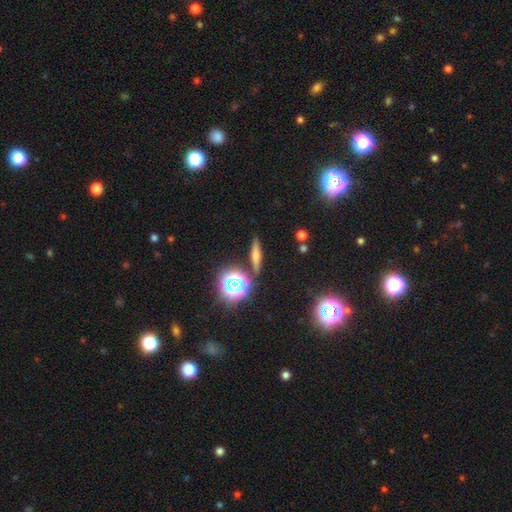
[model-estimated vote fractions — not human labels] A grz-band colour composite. It shows a smooth galaxy with no disk features (47%). Merging: none (86%).